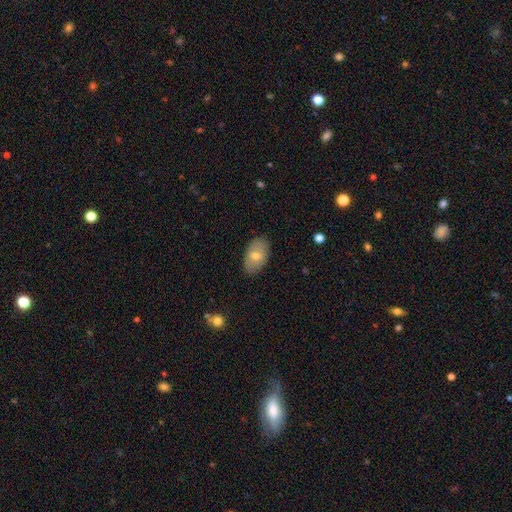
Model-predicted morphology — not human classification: This appears to be a smooth galaxy with no disk features (64%) that is in between round and cigar-shaped (92%). Merging: none (83%).